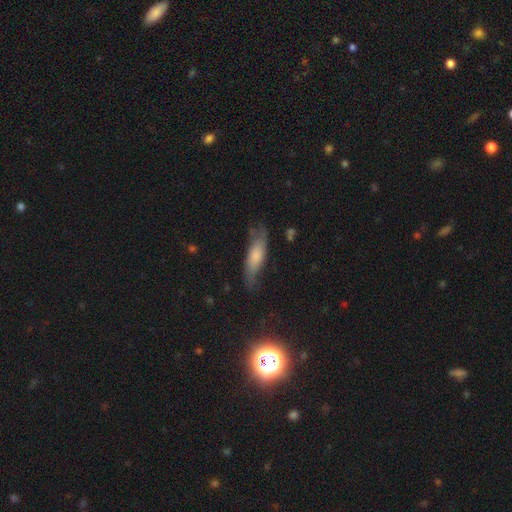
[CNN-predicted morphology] Q: Smooth or featured?
A: smooth (62%); runner-up: featured or disk (31%)
Q: How rounded?
A: cigar-shaped (53%); runner-up: in between (44%)
Q: Merging?
A: none (59%); runner-up: minor disturbance (28%)